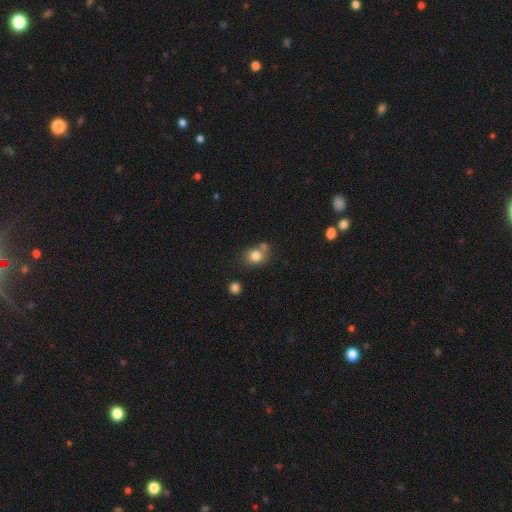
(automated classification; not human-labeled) Smooth or featured? Predicted: smooth (p=0.80). How rounded? Predicted: round (p=0.64). Merging? Predicted: none (p=0.55).